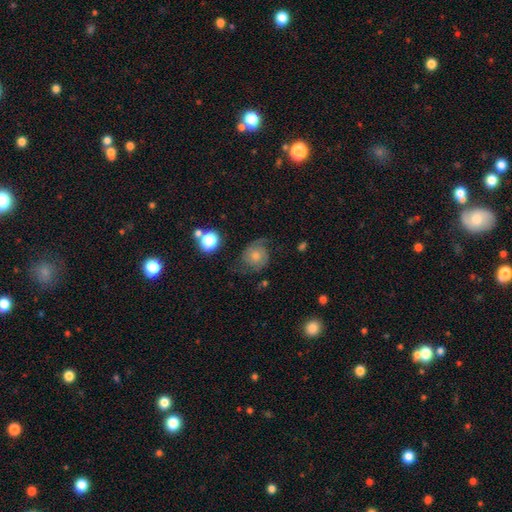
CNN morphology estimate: Smooth or featured? featured or disk (58%)
Edge-on disk? no (97%)
Bar? no (79%)
Spiral arms? yes (91%)
Spiral winding? medium (40%)
Spiral arm count? 2 (77%)
Bulge size? moderate (45%)
Merging? none (58%)